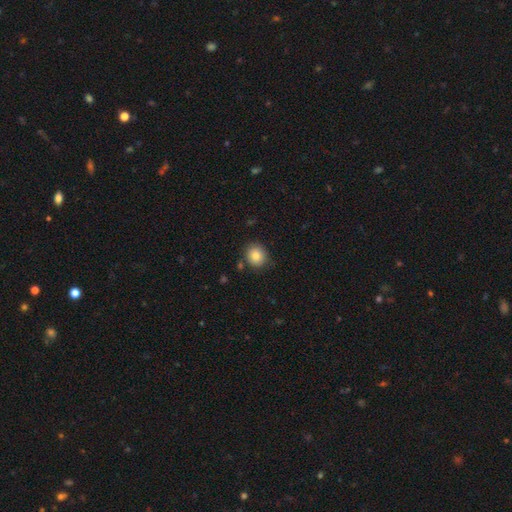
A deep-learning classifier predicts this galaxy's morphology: smooth 83%, star or artifact 10%, featured or disk 7%. Down the decision tree: how rounded — round (78%); merging — none (84%).